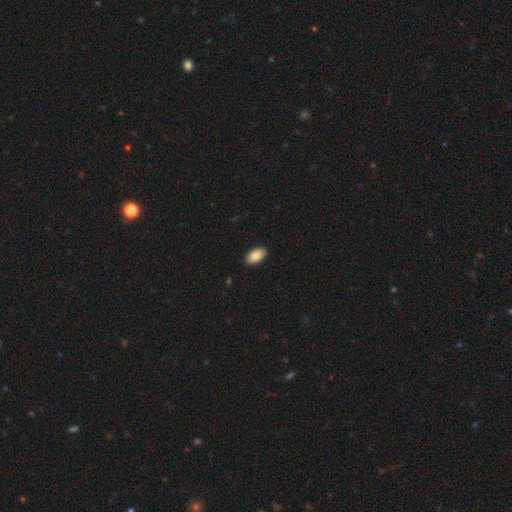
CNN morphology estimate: Smooth or featured? smooth (89%)
How rounded? in between (95%)
Merging? none (90%)